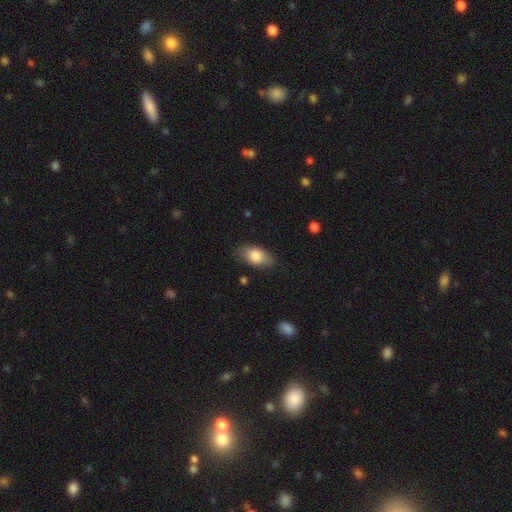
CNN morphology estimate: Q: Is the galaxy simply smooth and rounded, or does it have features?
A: smooth — 83%.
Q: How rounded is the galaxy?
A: in between — 92%.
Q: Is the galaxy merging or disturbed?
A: none — 81%.